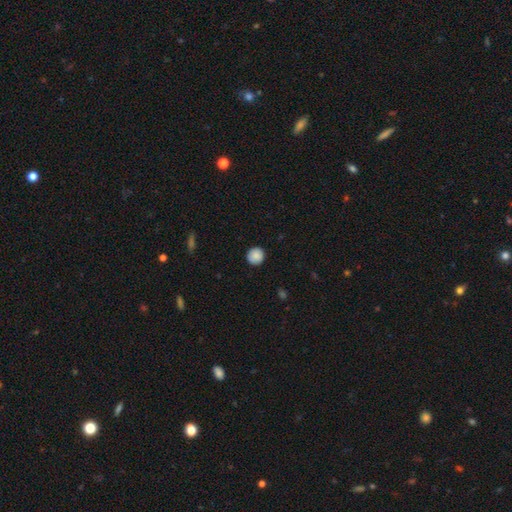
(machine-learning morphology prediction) Smooth or featured: smooth — 88% (star or artifact — 8%)
How rounded: round — 94% (in between — 5%)
Merging: none — 89% (minor disturbance — 8%)